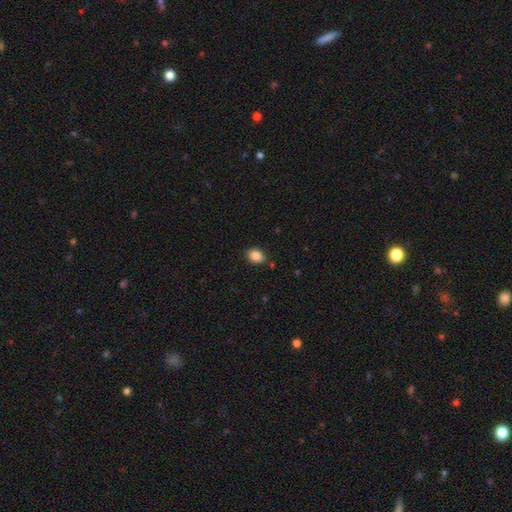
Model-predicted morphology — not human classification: A smooth galaxy with no disk features (88%) that is in between round and cigar-shaped (68%).

Vote fractions:
- Smooth or featured? smooth: 88% / star or artifact: 9% / featured or disk: 3%
- How rounded? in between: 68% / round: 31% / cigar-shaped: 1%
- Merging? none: 84% / minor disturbance: 11% / major disturbance: 3% / merger: 2%